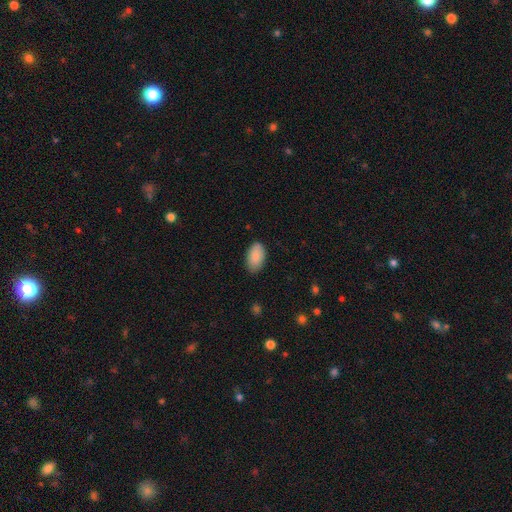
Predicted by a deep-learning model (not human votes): smooth-or-featured: smooth: 89% | star or artifact: 6% | featured or disk: 5%
  how-rounded: in between: 95% | round: 3% | cigar-shaped: 2%
  merging: none: 83% | minor disturbance: 14% | major disturbance: 3% | merger: 1%